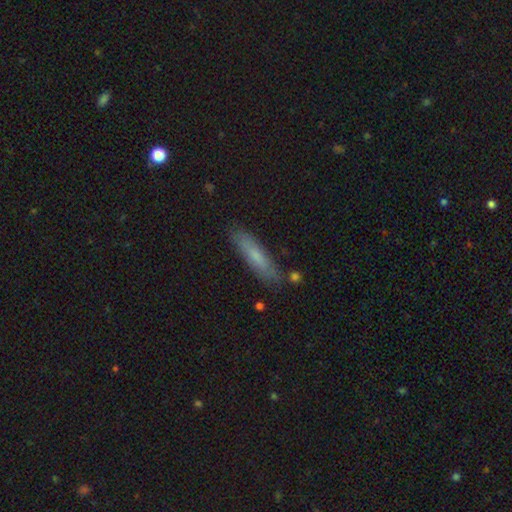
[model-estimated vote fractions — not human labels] smooth_or_featured: smooth (p=0.66) [alt: featured or disk p=0.27]
how_rounded: cigar-shaped (p=0.81) [alt: in between p=0.17]
merging: none (p=0.82) [alt: minor disturbance p=0.13]